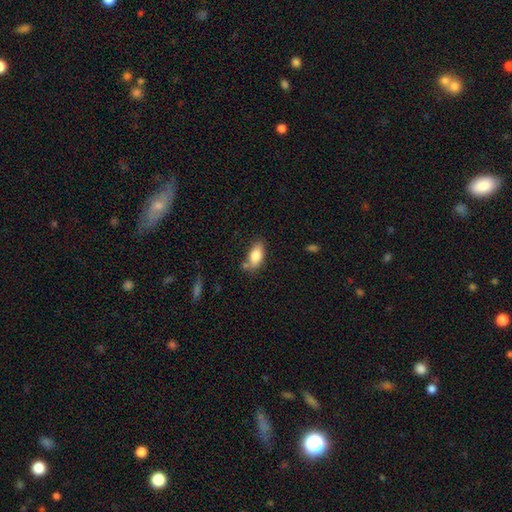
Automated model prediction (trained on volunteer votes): A smooth galaxy with no disk features (80%) that is in between round and cigar-shaped (87%). Merging: none (64%).